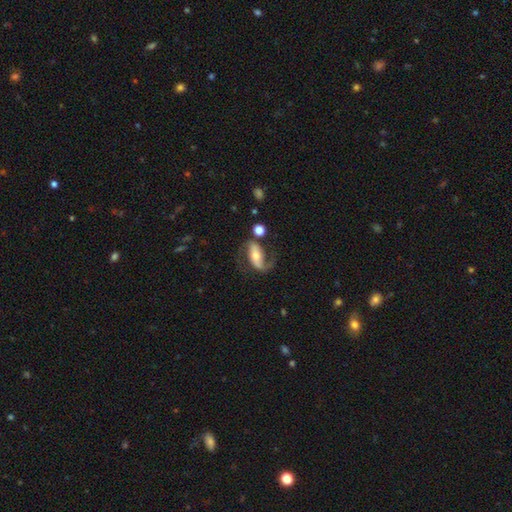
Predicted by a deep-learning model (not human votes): Smooth or featured: featured or disk — 75% (smooth — 18%)
Edge-on disk: no — 93% (yes — 7%)
Bar: strong — 43% (no — 30%)
Spiral arms: yes — 91% (no — 9%)
Spiral winding: loose — 56% (medium — 34%)
Spiral arm count: 2 — 83% (1 — 11%)
Bulge size: moderate — 53% (small — 37%)
Merging: none — 61% (minor disturbance — 17%)